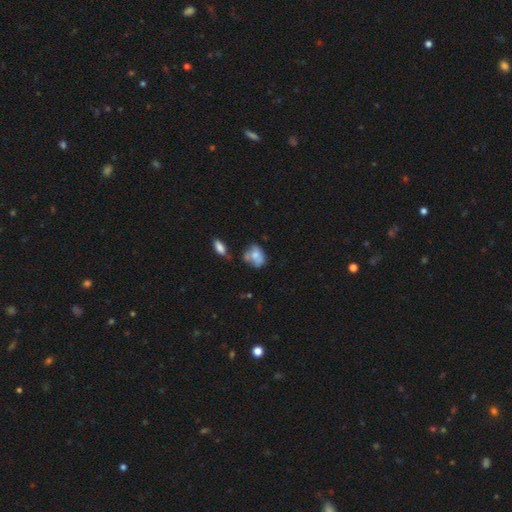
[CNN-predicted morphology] This appears to be a smooth galaxy with no disk features (62%) that is in between round and cigar-shaped (65%). Merging: none (36%).